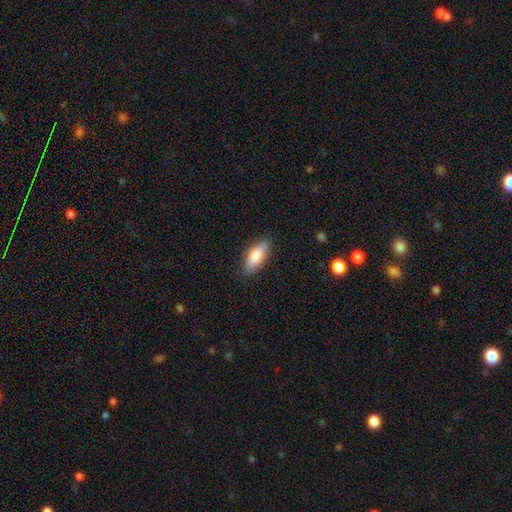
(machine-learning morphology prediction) This is clearly a smooth galaxy (83%). How rounded: likely in between (76%). Merging: clearly none (84%).